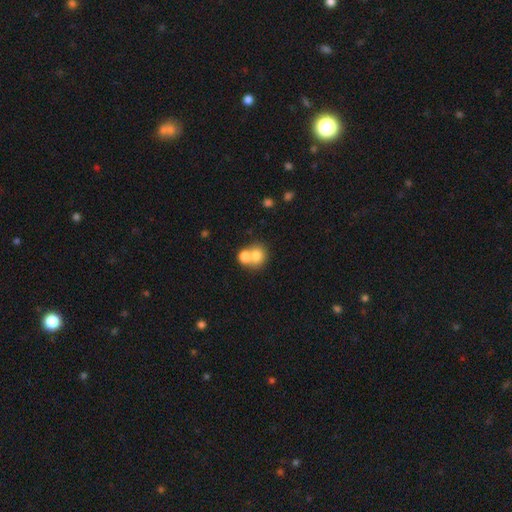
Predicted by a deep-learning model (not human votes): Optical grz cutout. It shows a smooth galaxy with no disk features (75%) that is round (77%). Merging: merger (57%).